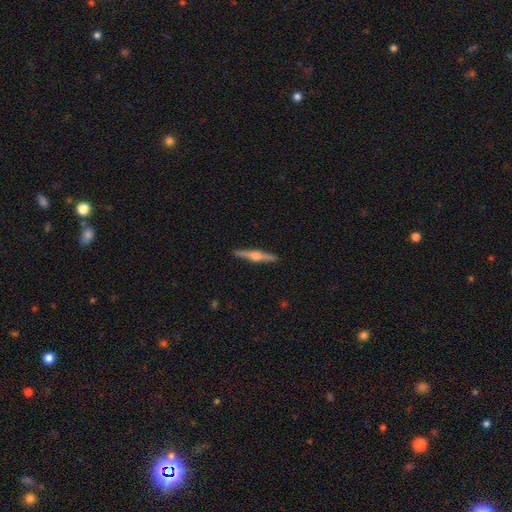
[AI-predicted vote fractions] This appears to be a featured or disk galaxy (74%) viewed edge-on (98%) with a rounded central bulge (92%). Merging: none (92%).